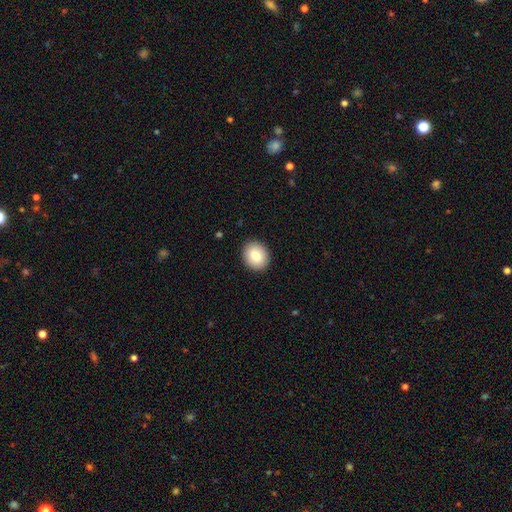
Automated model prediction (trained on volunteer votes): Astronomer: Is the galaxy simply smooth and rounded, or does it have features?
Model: smooth — 81%.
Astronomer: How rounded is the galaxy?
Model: round — 62%.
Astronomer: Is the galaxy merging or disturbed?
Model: none — 91%.